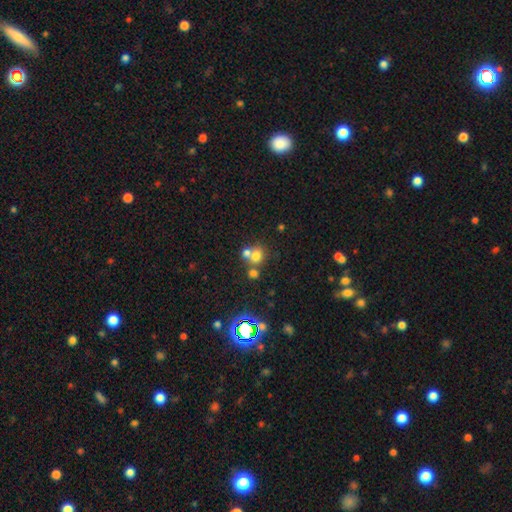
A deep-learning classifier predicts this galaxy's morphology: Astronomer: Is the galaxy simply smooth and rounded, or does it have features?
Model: smooth — 68%.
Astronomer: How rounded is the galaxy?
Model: round — 74%.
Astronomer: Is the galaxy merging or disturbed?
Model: merger — 48% (runner-up: none, 41%).